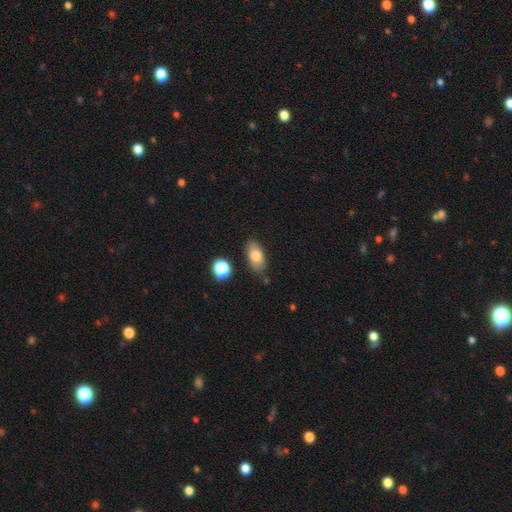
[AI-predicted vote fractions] A smooth galaxy with no disk features (79%) that is in between round and cigar-shaped (90%).

Vote fractions:
- Smooth or featured? smooth: 79% / featured or disk: 13% / star or artifact: 8%
- How rounded? in between: 90% / round: 6% / cigar-shaped: 5%
- Merging? none: 80% / minor disturbance: 14% / merger: 3% / major disturbance: 3%